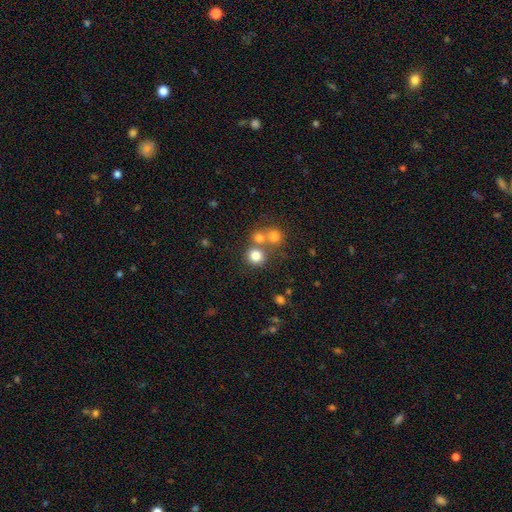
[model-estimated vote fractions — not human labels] A smooth galaxy with no disk features (78%) that is round (89%). Merging: none (62%).